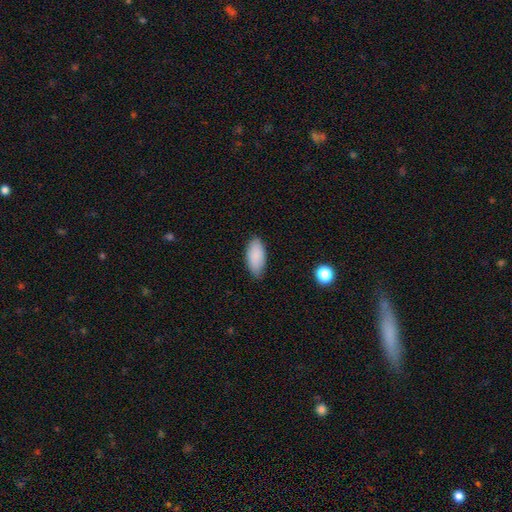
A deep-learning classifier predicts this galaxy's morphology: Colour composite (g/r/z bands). It shows a smooth galaxy with no disk features (88%) that is in between round and cigar-shaped (90%). Merging: none (80%).